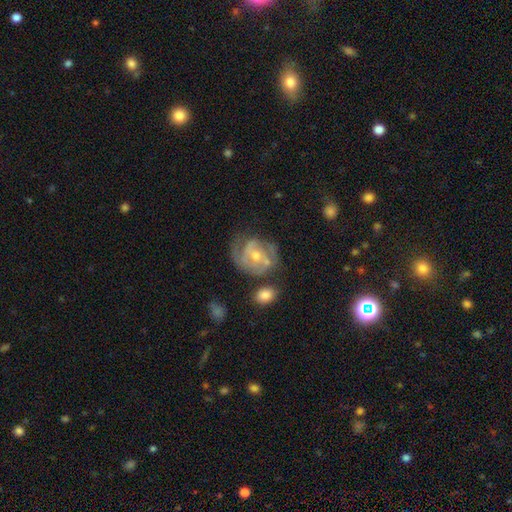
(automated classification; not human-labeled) This appears to be a featured or disk galaxy (82%) with no bar (55%), 2 (47%) tight (54%) spiral arms (91%) and a moderate central bulge (52%). Merging: none (57%).